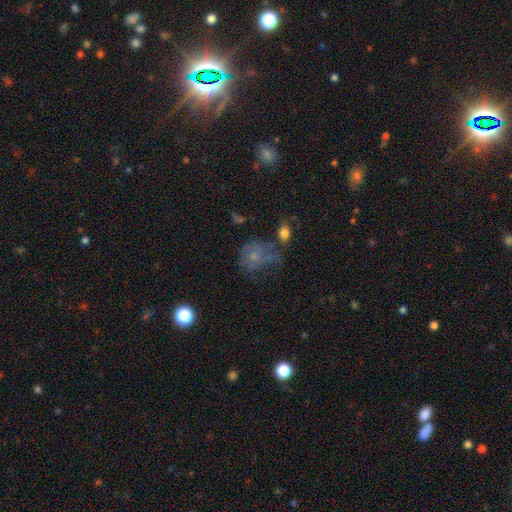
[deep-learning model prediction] Q: Smooth or featured?
A: smooth (58%); runner-up: featured or disk (26%)
Q: How rounded?
A: round (62%); runner-up: in between (36%)
Q: Merging?
A: none (37%); runner-up: minor disturbance (27%)